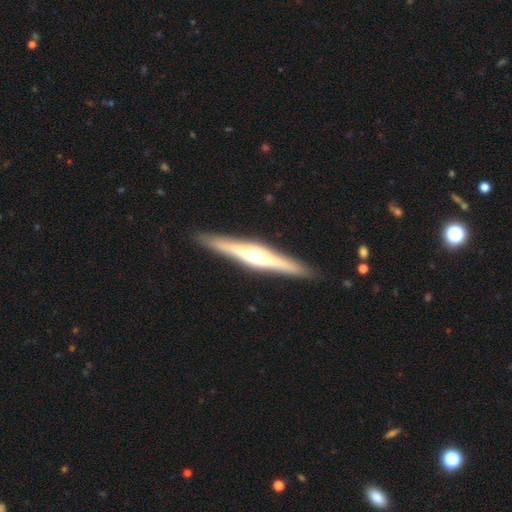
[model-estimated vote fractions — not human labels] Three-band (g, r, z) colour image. It shows a featured or disk galaxy (77%) viewed edge-on (97%) with a rounded central bulge (86%). Merging: none (91%).